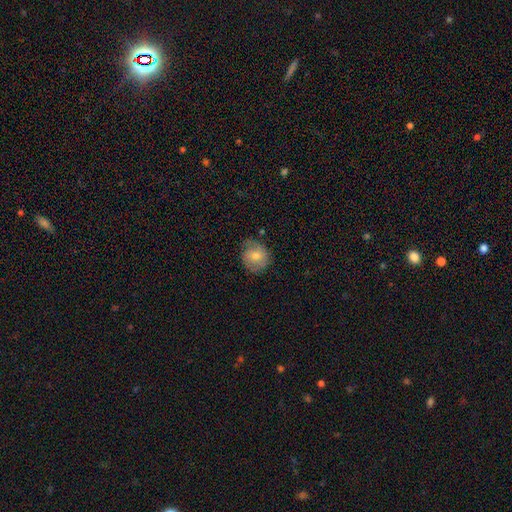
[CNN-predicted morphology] Overall: smooth (57%; featured or disk 34%). How rounded: round (80%). Merging: none (69%).